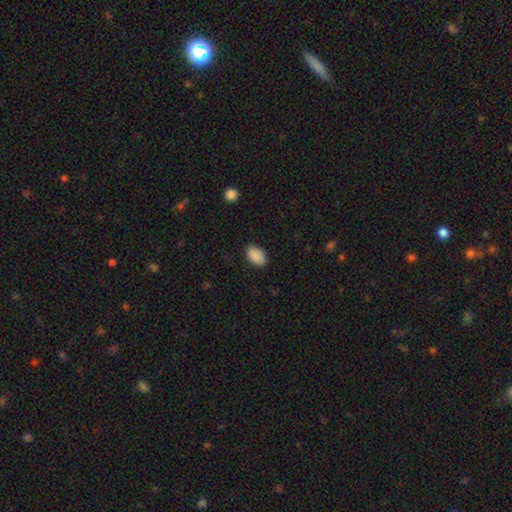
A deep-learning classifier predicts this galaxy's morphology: Smooth or featured: smooth — 90% (star or artifact — 7%)
How rounded: in between — 90% (round — 9%)
Merging: none — 86% (minor disturbance — 10%)